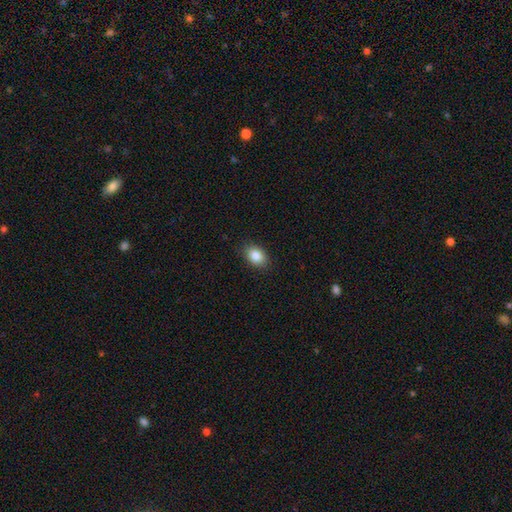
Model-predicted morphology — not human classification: type=smooth (85%); roundness=in between (80%); merging=none (87%).